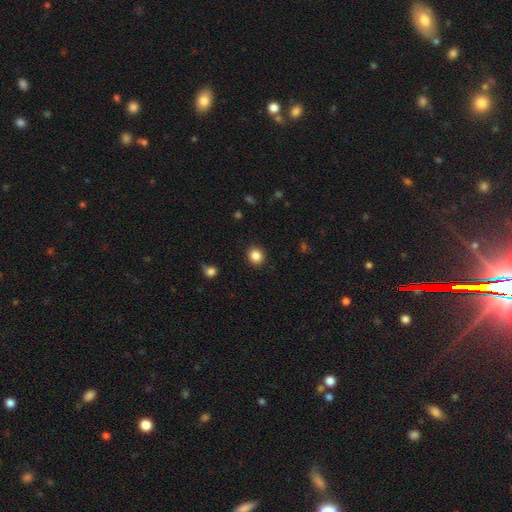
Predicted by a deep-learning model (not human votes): A smooth galaxy with no disk features (86%) that is round (78%). Merging: none (90%).